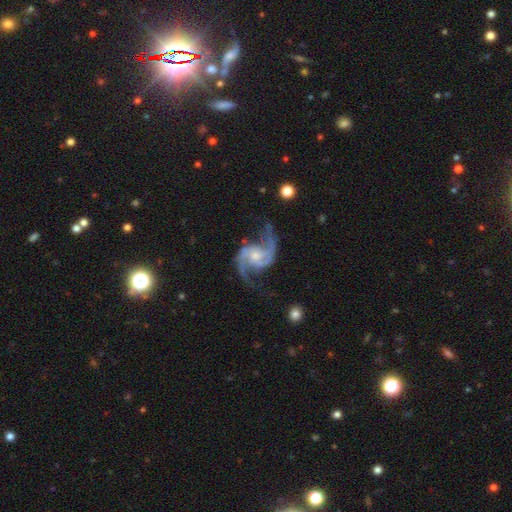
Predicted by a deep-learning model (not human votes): Smooth or featured?
  - featured or disk: 93% *
  - star or artifact: 4%
  - smooth: 3%
Edge-on disk?
  - no: 98% *
  - yes: 2%
Bar?
  - no: 55% *
  - weak: 36%
  - strong: 9%
Spiral arms?
  - yes: 98% *
  - no: 2%
Spiral winding?
  - medium: 46% *
  - loose: 45%
  - tight: 9%
Spiral arm count?
  - 2: 89% *
  - 3: 4%
  - can't tell: 2%
  - 1: 2%
  - 4: 1%
  - more than 4: 1%
Bulge size?
  - small: 45% *
  - moderate: 42%
  - none: 7%
  - large: 5%
  - dominant: 1%
Merging?
  - none: 67% *
  - minor disturbance: 18%
  - major disturbance: 12%
  - merger: 2%